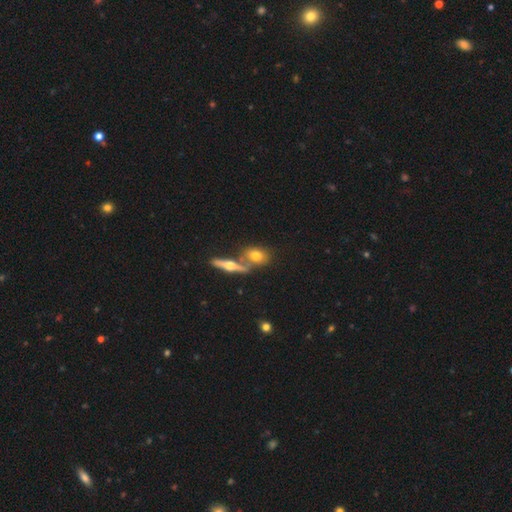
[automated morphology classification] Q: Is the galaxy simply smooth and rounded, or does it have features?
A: smooth — 60%.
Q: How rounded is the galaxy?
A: in between — 66%.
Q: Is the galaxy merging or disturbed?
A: none — 52%.